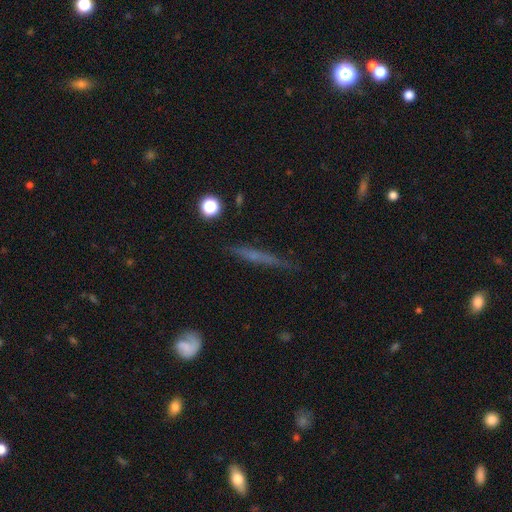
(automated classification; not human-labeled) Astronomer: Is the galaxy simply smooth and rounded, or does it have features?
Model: featured or disk — 48% (runner-up: smooth, 41%).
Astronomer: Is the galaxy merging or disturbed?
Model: none — 81%.